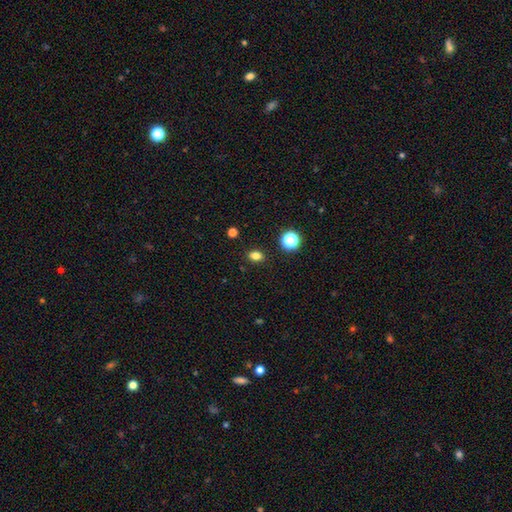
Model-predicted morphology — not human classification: smooth-or-featured: smooth: 80% | star or artifact: 15% | featured or disk: 5%
  how-rounded: in between: 68% | round: 30% | cigar-shaped: 2%
  merging: none: 88% | minor disturbance: 8% | major disturbance: 2% | merger: 2%